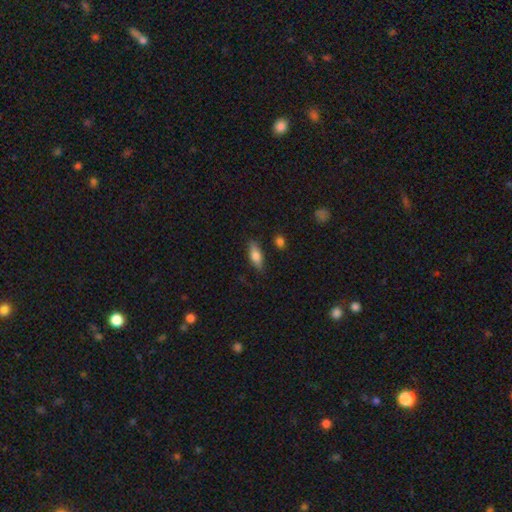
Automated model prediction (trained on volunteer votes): The model was most divided on "how rounded": in between: 67%, cigar-shaped: 29%, round: 3%. More confident: merging — none (79%); smooth or featured — smooth (73%).